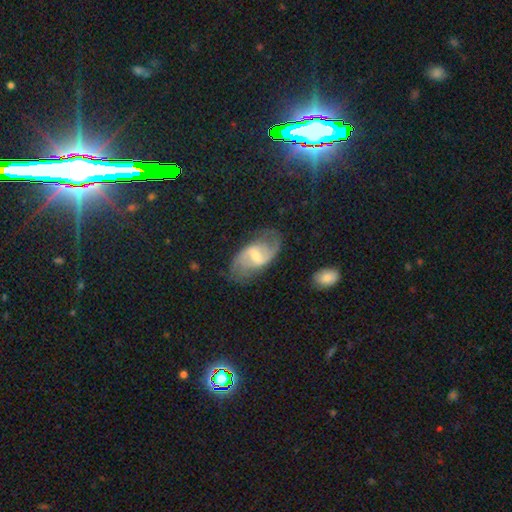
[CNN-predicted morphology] smooth-or-featured: featured or disk: 77% | smooth: 16% | star or artifact: 7%
  disk-edge-on: no: 95% | yes: 5%
    bar: weak: 56% | strong: 32% | no: 12%
    has-spiral-arms: yes: 90% | no: 10%
      spiral-winding: medium: 43% | loose: 41% | tight: 16%
      spiral-arm-count: 2: 83% | can't tell: 10% | 1: 2% | 3: 2% | 4: 1% | more than 4: 1%
    bulge-size: moderate: 47% | small: 44% | none: 5% | large: 4% | dominant: 1%
  merging: none: 70% | minor disturbance: 19% | major disturbance: 9% | merger: 2%